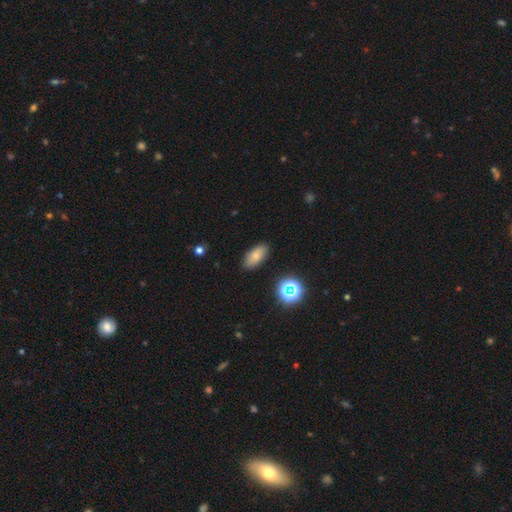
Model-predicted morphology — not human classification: Smooth or featured? Predicted: smooth (p=0.75). How rounded? Predicted: in between (p=0.88). Merging? Predicted: none (p=0.86).